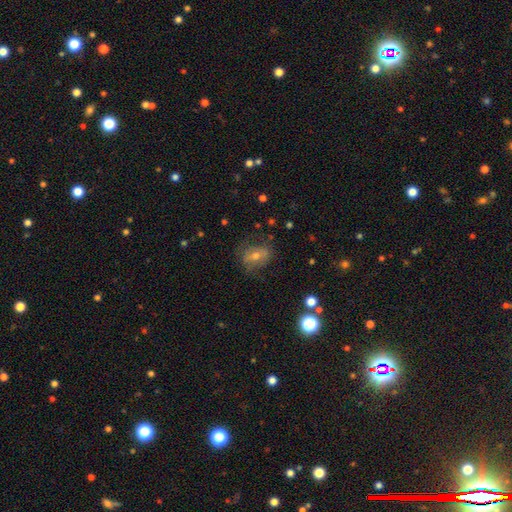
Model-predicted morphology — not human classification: smooth_or_featured: smooth (p=0.49) [alt: featured or disk p=0.38]
merging: none (p=0.65) [alt: minor disturbance p=0.21]